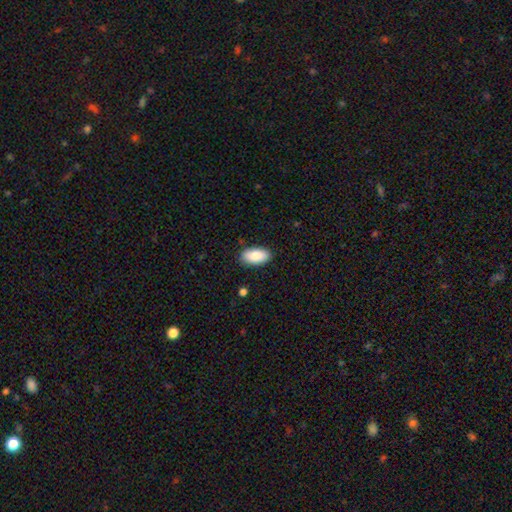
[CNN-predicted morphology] smooth_or_featured: smooth (p=0.89) [alt: star or artifact p=0.06]
how_rounded: in between (p=0.93) [alt: cigar-shaped p=0.04]
merging: none (p=0.87) [alt: minor disturbance p=0.10]